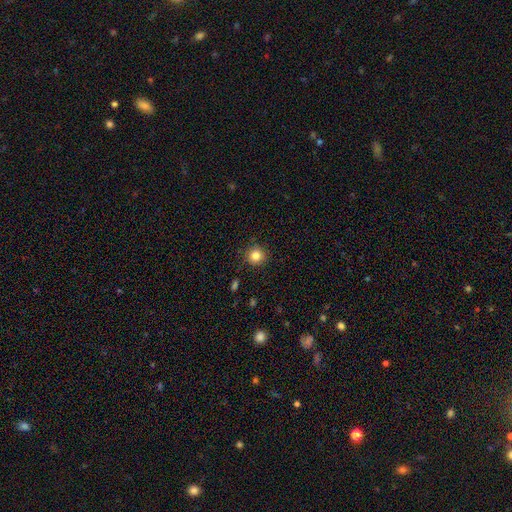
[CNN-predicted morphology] smooth-or-featured: smooth: 83% | star or artifact: 11% | featured or disk: 6%
  how-rounded: round: 92% | in between: 7% | cigar-shaped: 1%
  merging: none: 89% | minor disturbance: 7% | major disturbance: 2% | merger: 1%